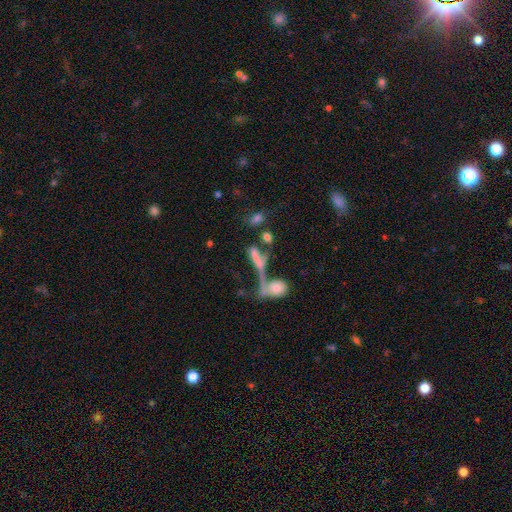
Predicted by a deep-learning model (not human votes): smooth-or-featured: smooth: 49% | featured or disk: 34% | star or artifact: 16%
  merging: merger: 45% | none: 26% | major disturbance: 17% | minor disturbance: 12%